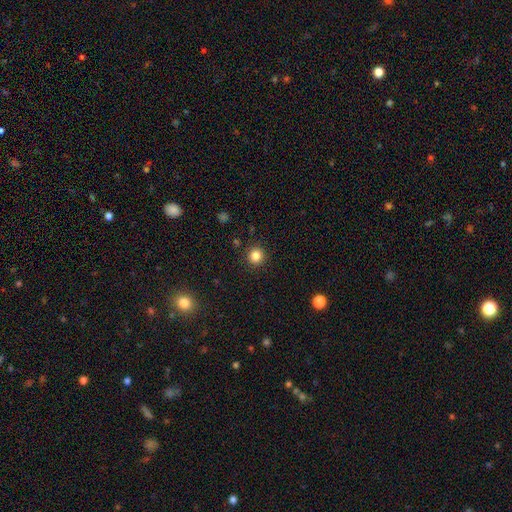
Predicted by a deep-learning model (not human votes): Smooth or featured? Predicted: smooth (p=0.84). How rounded? Predicted: round (p=0.93). Merging? Predicted: none (p=0.91).